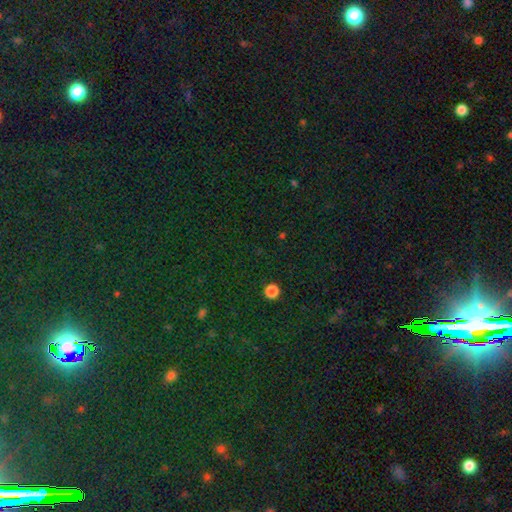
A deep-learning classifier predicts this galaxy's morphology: smooth-or-featured: star or artifact: 78% | smooth: 14% | featured or disk: 8%